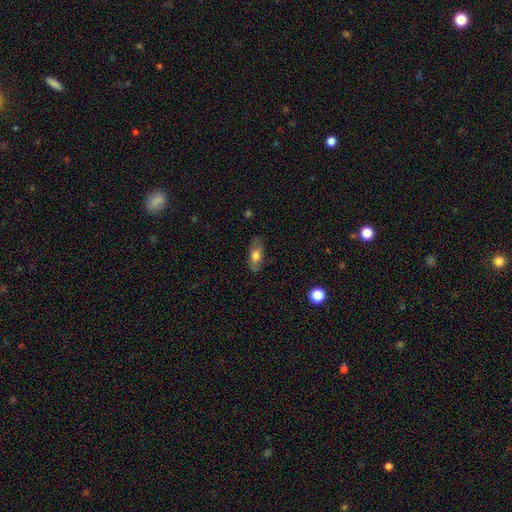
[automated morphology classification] type=smooth (70%); roundness=in between (78%); merging=none (78%).